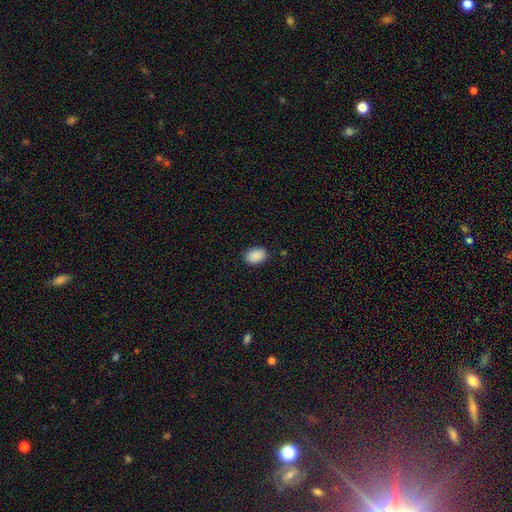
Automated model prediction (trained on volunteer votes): Smooth or featured?
  - smooth: 90% *
  - star or artifact: 7%
  - featured or disk: 2%
How rounded?
  - in between: 85% *
  - round: 14%
  - cigar-shaped: 1%
Merging?
  - none: 88% *
  - minor disturbance: 9%
  - major disturbance: 2%
  - merger: 1%